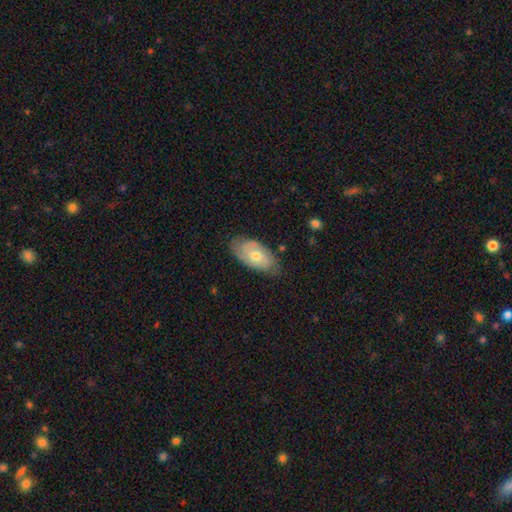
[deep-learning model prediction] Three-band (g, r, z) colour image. It shows a featured or disk galaxy (53%). Merging: none (73%).